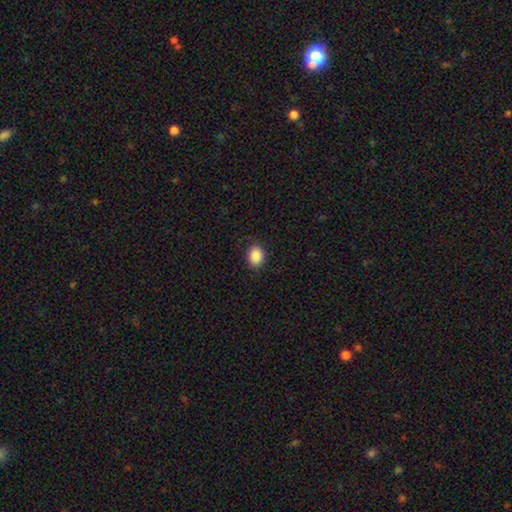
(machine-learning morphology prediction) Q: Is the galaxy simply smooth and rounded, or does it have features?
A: smooth — 88%.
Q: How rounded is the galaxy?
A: in between — 58%.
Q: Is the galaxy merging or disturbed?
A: none — 86%.